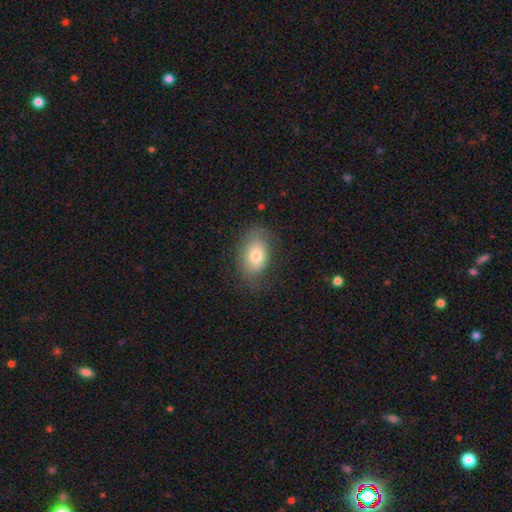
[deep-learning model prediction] Smooth or featured?
  - smooth: 73% *
  - featured or disk: 19%
  - star or artifact: 8%
How rounded?
  - in between: 87% *
  - round: 12%
  - cigar-shaped: 1%
Merging?
  - none: 70% *
  - minor disturbance: 21%
  - major disturbance: 8%
  - merger: 1%